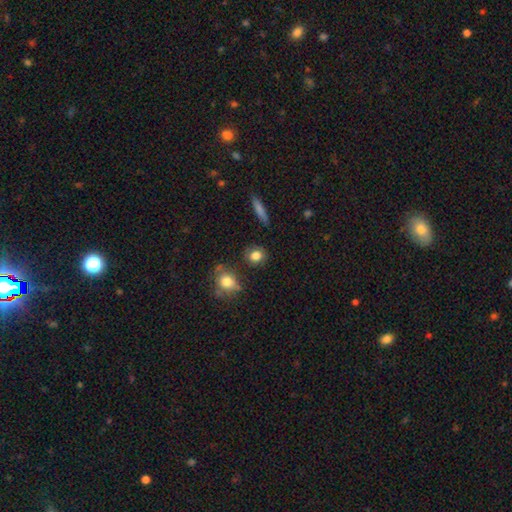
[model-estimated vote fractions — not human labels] smooth_or_featured: smooth (p=0.82) [alt: star or artifact p=0.09]
how_rounded: round (p=0.70) [alt: in between p=0.28]
merging: none (p=0.81) [alt: minor disturbance p=0.12]